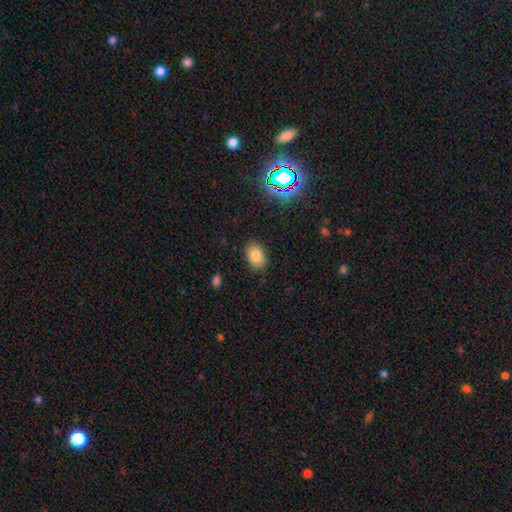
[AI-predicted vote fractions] Overall: smooth (82%). How rounded: in between (78%). Merging: none (86%).